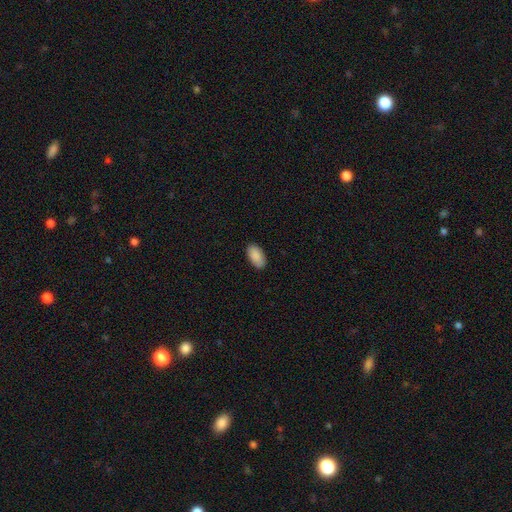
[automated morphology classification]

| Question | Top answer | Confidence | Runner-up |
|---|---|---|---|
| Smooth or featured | smooth | 90% | star or artifact (6%) |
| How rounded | in between | 95% | round (2%) |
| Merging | none | 88% | minor disturbance (9%) |